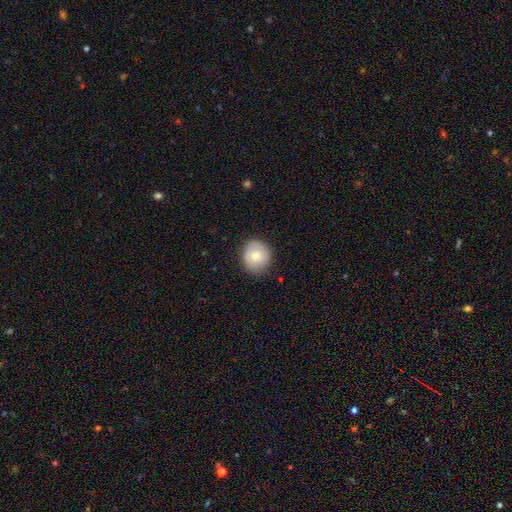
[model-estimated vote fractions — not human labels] Smooth or featured?
  - smooth: 68% *
  - featured or disk: 24%
  - star or artifact: 8%
How rounded?
  - round: 82% *
  - in between: 17%
  - cigar-shaped: 1%
Merging?
  - none: 80% *
  - minor disturbance: 16%
  - major disturbance: 3%
  - merger: 1%